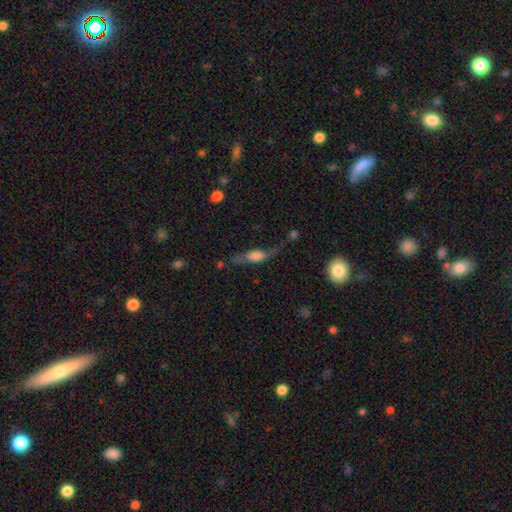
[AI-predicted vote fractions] Overall: featured or disk (49%; smooth 42%). Merging: none (46%; minor disturbance 26%).